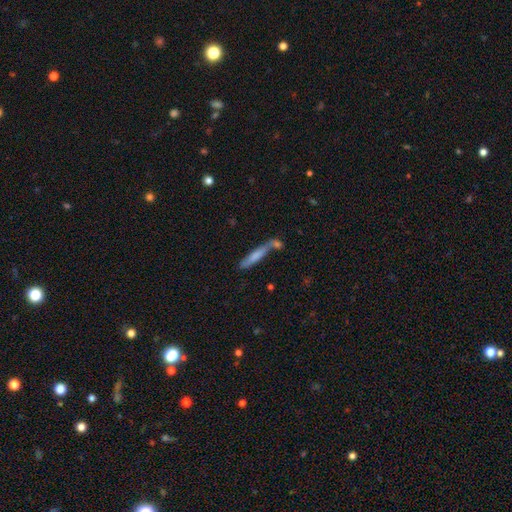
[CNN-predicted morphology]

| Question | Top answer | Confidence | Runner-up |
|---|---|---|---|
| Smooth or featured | smooth | 64% | featured or disk (29%) |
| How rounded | cigar-shaped | 87% | in between (11%) |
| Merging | none | 47% | merger (32%) |